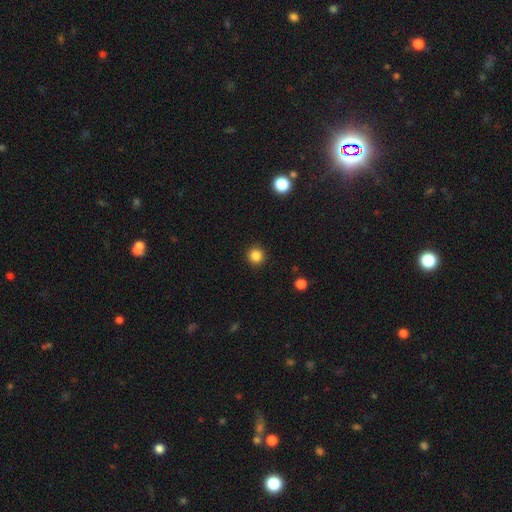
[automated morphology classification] A smooth galaxy with no disk features (85%) that is round (94%). Merging: none (92%).